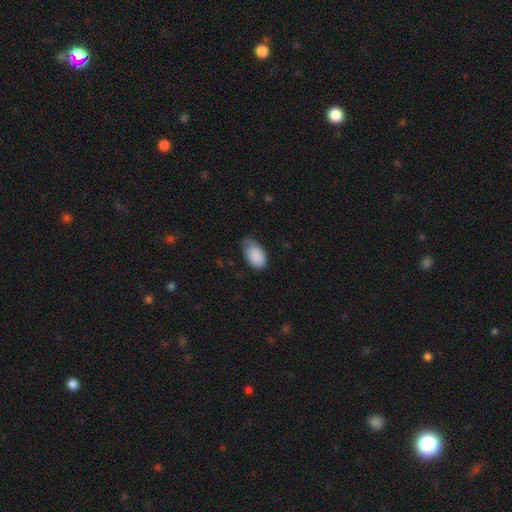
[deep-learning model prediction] Smooth or featured? smooth (89%)
How rounded? in between (94%)
Merging? none (53%)